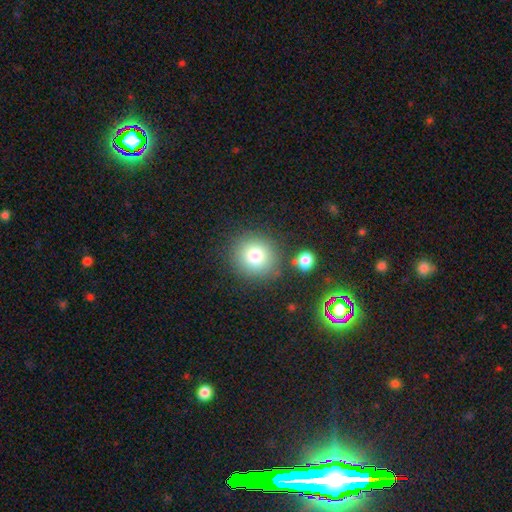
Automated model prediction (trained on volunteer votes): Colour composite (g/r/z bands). It shows a smooth galaxy with no disk features (76%) that is round (91%). Merging: none (85%).